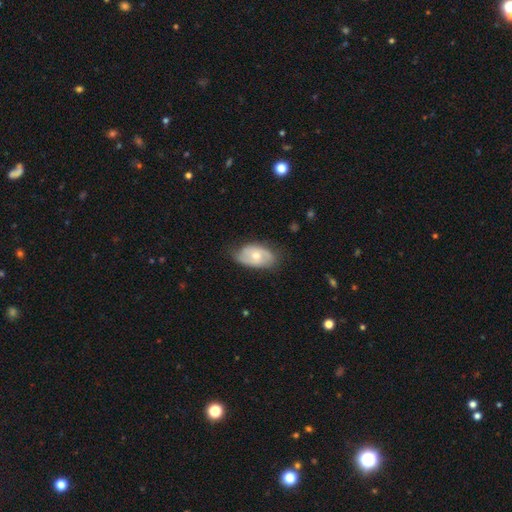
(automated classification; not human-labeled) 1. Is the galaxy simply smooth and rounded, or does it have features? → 48% featured or disk, 46% smooth, 6% star or artifact.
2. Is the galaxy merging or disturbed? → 66% none, 27% minor disturbance, 6% major disturbance, 1% merger.